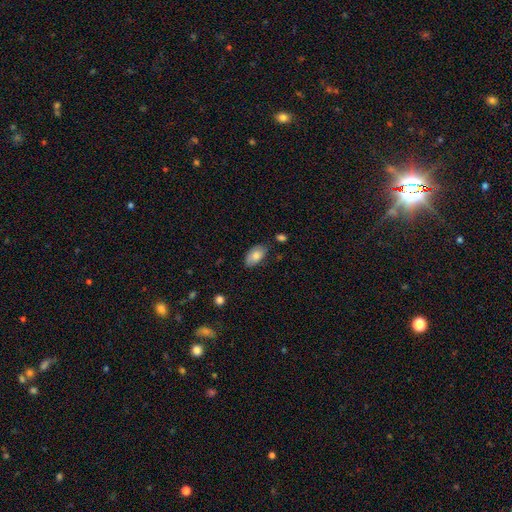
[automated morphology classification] The model was most divided on "merging": none: 76%, minor disturbance: 18%, major disturbance: 3%, merger: 3%. More confident: how rounded — in between (94%); smooth or featured — smooth (81%).